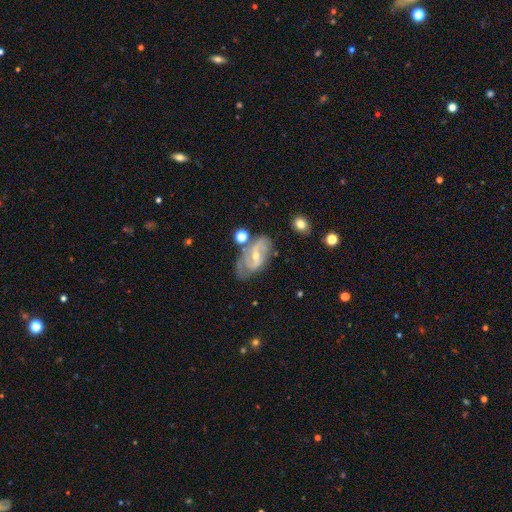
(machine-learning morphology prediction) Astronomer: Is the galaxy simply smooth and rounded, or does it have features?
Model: featured or disk — 76%.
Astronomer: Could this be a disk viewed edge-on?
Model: no — 94%.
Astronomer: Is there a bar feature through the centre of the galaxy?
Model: weak — 45% (runner-up: no, 30%).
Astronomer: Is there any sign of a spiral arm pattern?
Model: yes — 85%.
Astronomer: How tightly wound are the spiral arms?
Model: medium — 44% (runner-up: tight, 34%).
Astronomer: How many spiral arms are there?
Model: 2 — 64%.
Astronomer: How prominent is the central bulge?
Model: small — 57% (runner-up: moderate, 39%).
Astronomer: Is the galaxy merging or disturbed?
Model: none — 60%.